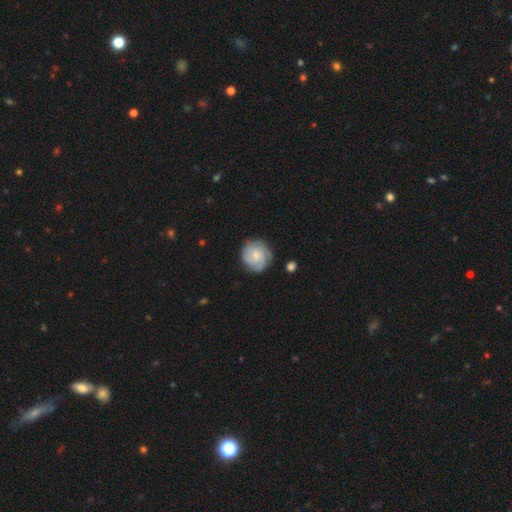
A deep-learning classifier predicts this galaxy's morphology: A featured or disk galaxy (58%) with no bar (74%), tight (63%) spiral arms (91%) and a small central bulge (60%).

Vote fractions:
- Smooth or featured? featured or disk: 58% / smooth: 35% / star or artifact: 7%
- Edge-on disk? no: 98% / yes: 2%
- Bar? no: 74% / weak: 23% / strong: 3%
- Spiral arms? yes: 91% / no: 9%
- Spiral winding? tight: 63% / medium: 29% / loose: 9%
- Spiral arm count? can't tell: 33% / 3: 28% / 4: 16% / 2: 11% / more than 4: 5% / 1: 5%
- Bulge size? small: 60% / moderate: 31% / none: 5% / large: 2% / dominant: 1%
- Merging? none: 76% / minor disturbance: 17% / major disturbance: 5% / merger: 2%